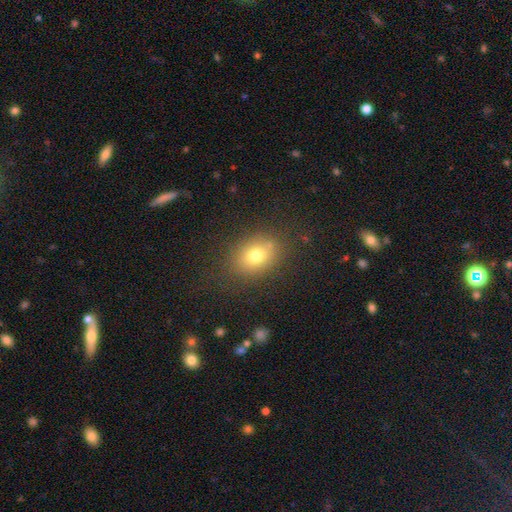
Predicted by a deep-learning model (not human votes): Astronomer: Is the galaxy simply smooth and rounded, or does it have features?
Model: smooth — 74%.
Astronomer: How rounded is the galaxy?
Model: in between — 60% (runner-up: round, 39%).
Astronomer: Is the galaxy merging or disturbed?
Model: none — 79%.